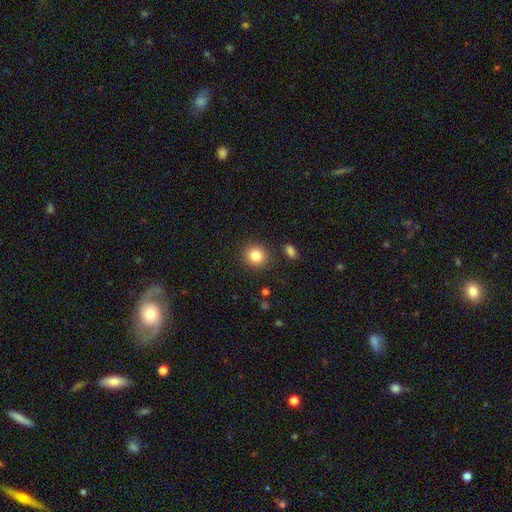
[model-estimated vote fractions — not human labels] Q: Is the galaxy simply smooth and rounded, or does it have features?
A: smooth — 83%.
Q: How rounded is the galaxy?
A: round — 88%.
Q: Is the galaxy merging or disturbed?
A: none — 88%.